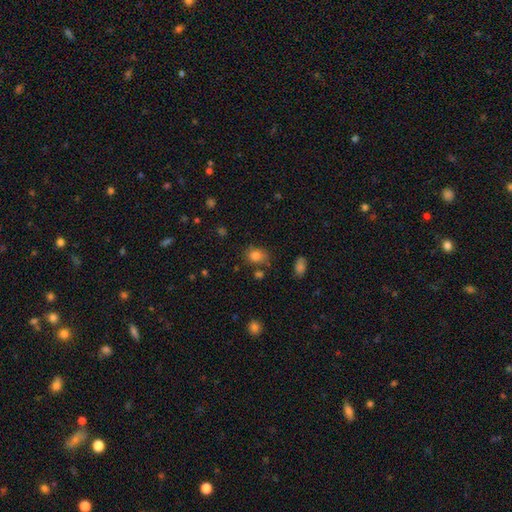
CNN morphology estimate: The model was most divided on "how rounded": round: 55%, in between: 44%, cigar-shaped: 1%. More confident: smooth or featured — smooth (81%); merging — none (71%).